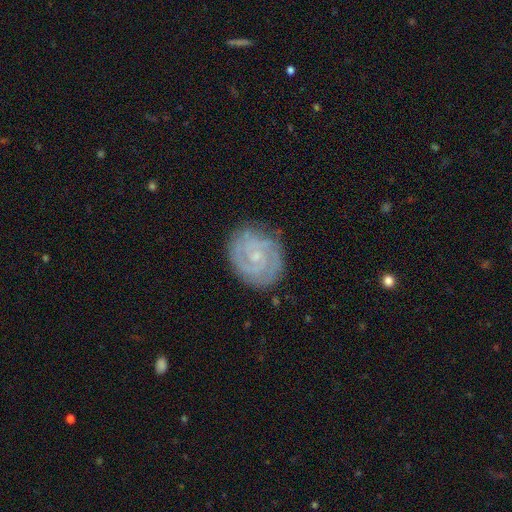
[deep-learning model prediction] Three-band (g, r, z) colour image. It shows a featured or disk galaxy (85%) with no bar (64%), 2 (56%) tight (74%) spiral arms (97%) and a small central bulge (77%). Merging: none (82%).